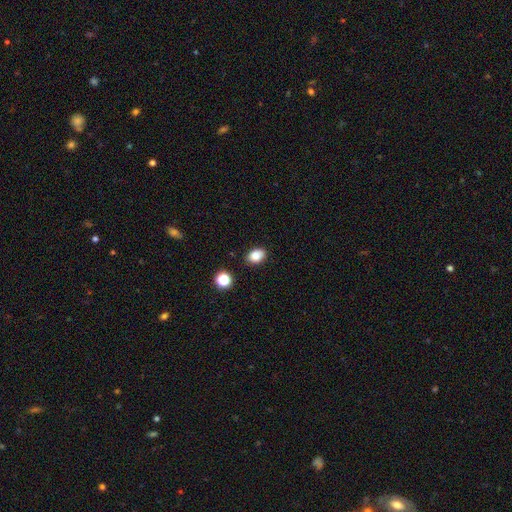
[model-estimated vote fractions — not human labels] smooth 84%, star or artifact 11%, featured or disk 5%. Down the decision tree: how rounded — in between (80%); merging — none (85%).